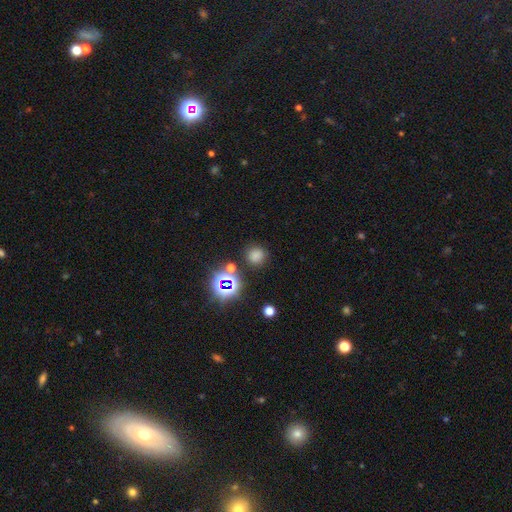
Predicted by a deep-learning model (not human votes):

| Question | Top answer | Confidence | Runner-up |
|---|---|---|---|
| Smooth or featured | smooth | 68% | star or artifact (26%) |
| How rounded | round | 90% | in between (9%) |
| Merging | none | 83% | minor disturbance (9%) |